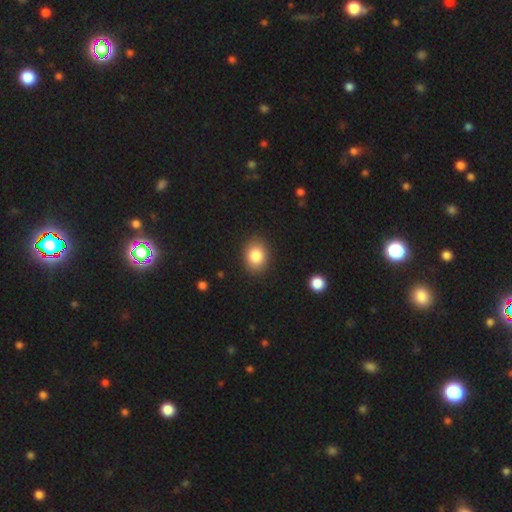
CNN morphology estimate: type=smooth (84%); roundness=round (51%); merging=none (88%).